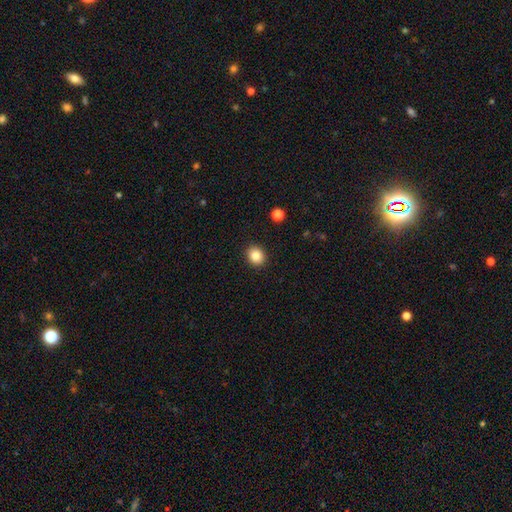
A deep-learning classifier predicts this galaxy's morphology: Smooth or featured?
  - smooth: 86% *
  - star or artifact: 10%
  - featured or disk: 5%
How rounded?
  - round: 72% *
  - in between: 28%
  - cigar-shaped: 1%
Merging?
  - none: 91% *
  - minor disturbance: 6%
  - major disturbance: 2%
  - merger: 1%